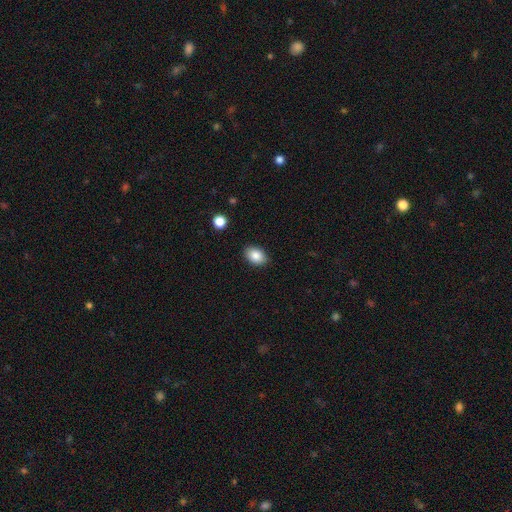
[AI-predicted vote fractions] Smooth or featured? Predicted: smooth (p=0.86). How rounded? Predicted: in between (p=0.80). Merging? Predicted: none (p=0.89).